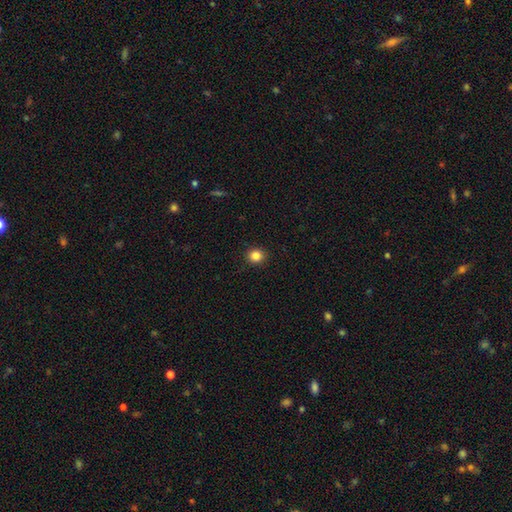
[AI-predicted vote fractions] smooth_or_featured: smooth (p=0.85) [alt: star or artifact p=0.11]
how_rounded: round (p=0.89) [alt: in between p=0.10]
merging: none (p=0.92) [alt: minor disturbance p=0.06]